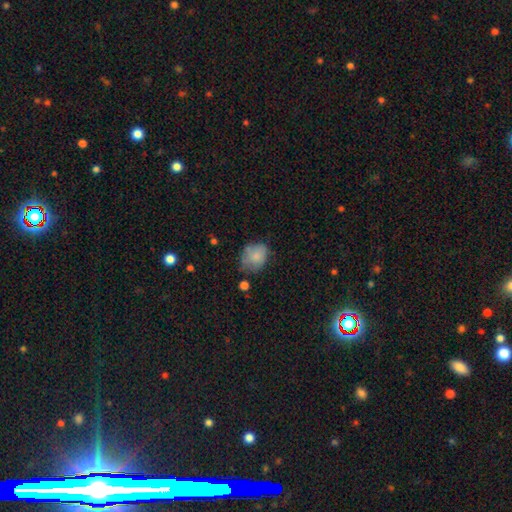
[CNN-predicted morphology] smooth_or_featured: smooth (p=0.78) [alt: featured or disk p=0.14]
how_rounded: round (p=0.51) [alt: in between p=0.48]
merging: none (p=0.48) [alt: minor disturbance p=0.34]